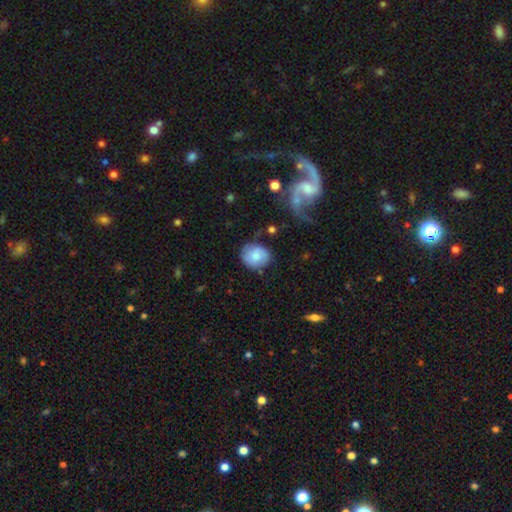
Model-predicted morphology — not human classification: smooth-or-featured: smooth: 63% | featured or disk: 29% | star or artifact: 7%
  how-rounded: round: 65% | in between: 34% | cigar-shaped: 1%
  merging: none: 68% | minor disturbance: 22% | major disturbance: 7% | merger: 3%